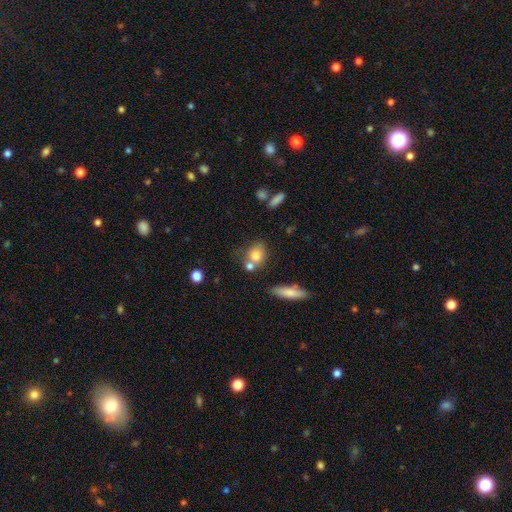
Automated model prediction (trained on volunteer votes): Smooth or featured?
  - smooth: 77% *
  - featured or disk: 13%
  - star or artifact: 10%
How rounded?
  - round: 59% *
  - in between: 37%
  - cigar-shaped: 3%
Merging?
  - none: 50% *
  - merger: 29%
  - minor disturbance: 15%
  - major disturbance: 6%